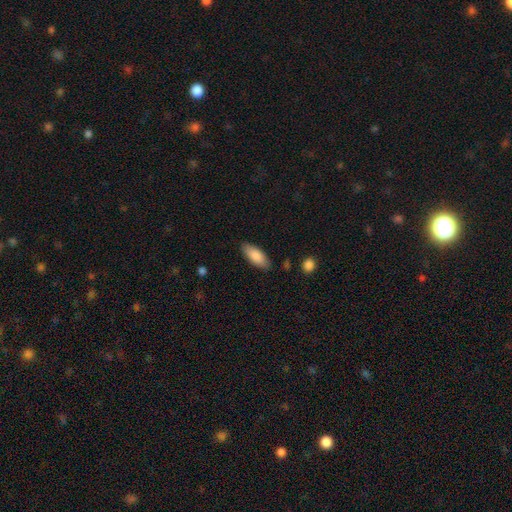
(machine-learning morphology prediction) Smooth or featured: smooth — 85% (featured or disk — 10%)
How rounded: in between — 79% (cigar-shaped — 19%)
Merging: none — 85% (minor disturbance — 11%)